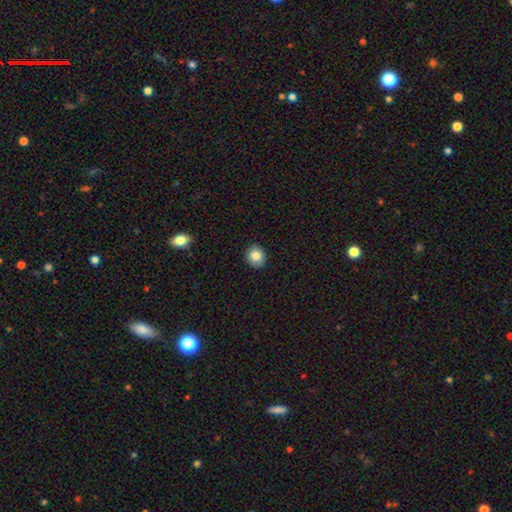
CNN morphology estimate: This appears to be a smooth galaxy with no disk features (83%) that is round (73%). Merging: none (90%).